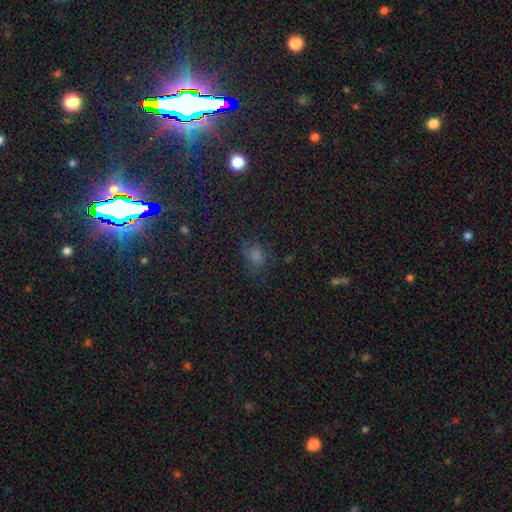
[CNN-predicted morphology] Smooth or featured? smooth (50%)
How rounded? round (49%)
Merging? none (68%)